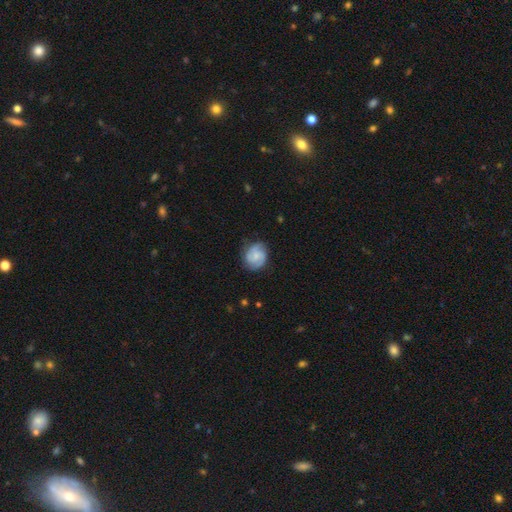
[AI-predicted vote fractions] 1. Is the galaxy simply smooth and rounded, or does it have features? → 67% featured or disk, 27% smooth, 6% star or artifact.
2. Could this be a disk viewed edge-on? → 98% no, 2% yes.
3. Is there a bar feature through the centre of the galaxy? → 55% no, 39% weak, 7% strong.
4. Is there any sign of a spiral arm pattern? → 94% yes, 6% no.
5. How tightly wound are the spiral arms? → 45% tight, 43% medium, 12% loose.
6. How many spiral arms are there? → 64% 2, 16% 3, 12% can't tell, 3% 1, 3% 4, 2% more than 4.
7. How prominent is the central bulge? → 53% small, 26% moderate, 18% none, 2% large, 1% dominant.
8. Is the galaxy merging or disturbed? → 78% none, 16% minor disturbance, 5% major disturbance, 1% merger.